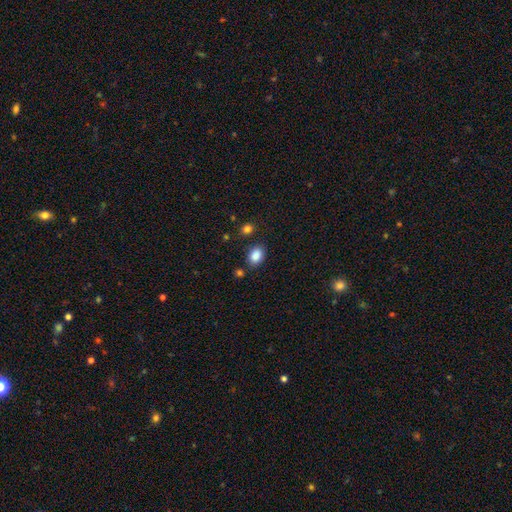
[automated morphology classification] smooth-or-featured: smooth: 87% | star or artifact: 9% | featured or disk: 4%
  how-rounded: in between: 73% | round: 26% | cigar-shaped: 1%
  merging: none: 79% | minor disturbance: 13% | merger: 5% | major disturbance: 3%